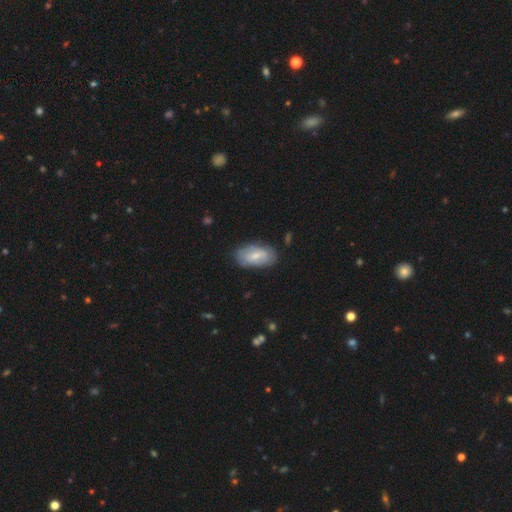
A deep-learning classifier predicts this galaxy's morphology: A smooth galaxy with no disk features (59%) that is in between round and cigar-shaped (93%). Merging: none (74%).